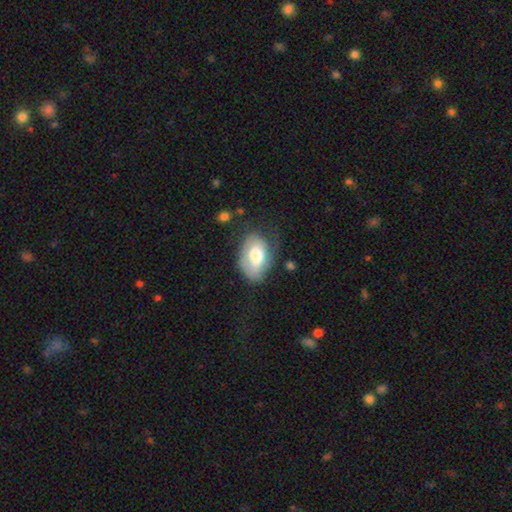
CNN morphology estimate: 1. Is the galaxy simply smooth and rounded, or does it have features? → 61% smooth, 32% featured or disk, 7% star or artifact.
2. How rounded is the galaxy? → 90% in between, 9% round, 2% cigar-shaped.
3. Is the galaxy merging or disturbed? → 50% none, 31% minor disturbance, 17% major disturbance, 2% merger.